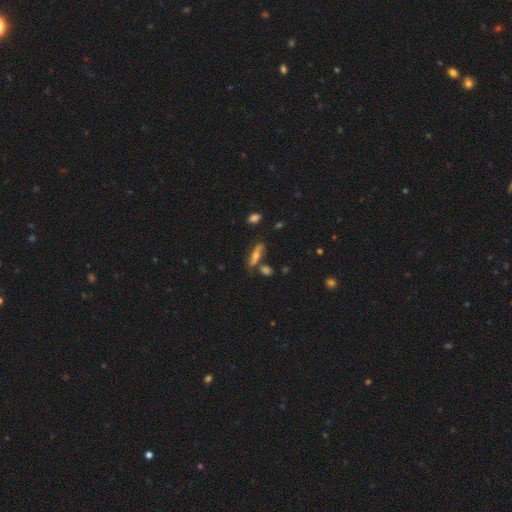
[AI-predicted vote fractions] smooth 46%, featured or disk 44%, star or artifact 10%. Down the decision tree: merging — none (61%).